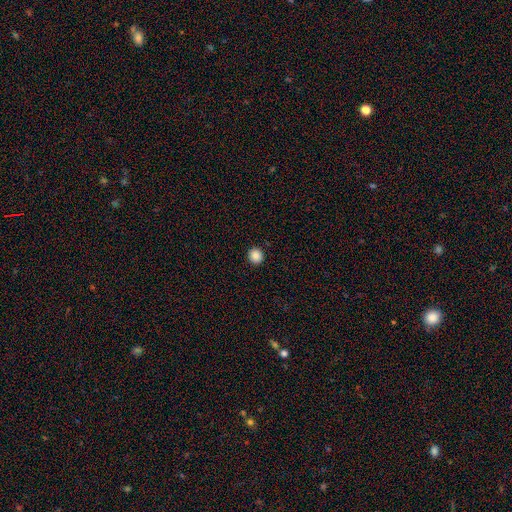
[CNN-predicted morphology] A smooth galaxy with no disk features (88%) that is round (92%). Merging: none (93%).